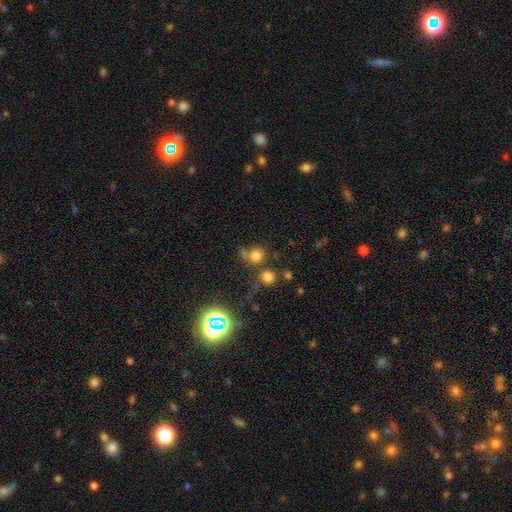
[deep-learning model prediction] The model was most divided on "merging": none: 56%, merger: 24%, minor disturbance: 12%, major disturbance: 8%. More confident: how rounded — round (84%); smooth or featured — smooth (71%).